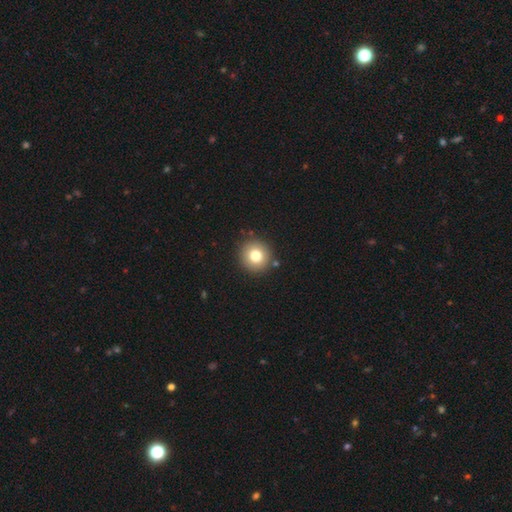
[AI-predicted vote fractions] Smooth or featured? smooth (78%)
How rounded? round (94%)
Merging? none (89%)